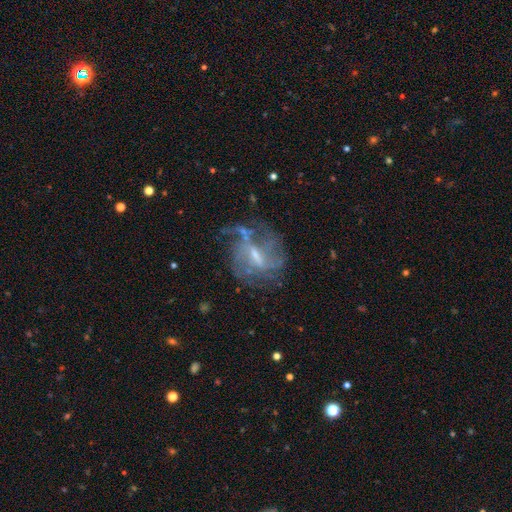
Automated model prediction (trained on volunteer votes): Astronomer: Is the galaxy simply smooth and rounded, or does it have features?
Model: featured or disk — 78%.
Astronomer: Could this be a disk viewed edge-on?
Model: no — 96%.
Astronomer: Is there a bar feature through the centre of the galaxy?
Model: weak — 54%.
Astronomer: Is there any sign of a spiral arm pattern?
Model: yes — 82%.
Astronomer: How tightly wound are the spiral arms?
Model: medium — 41% (runner-up: loose, 33%).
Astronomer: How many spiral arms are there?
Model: can't tell — 39% (runner-up: 2, 23%).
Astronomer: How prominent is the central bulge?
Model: small — 49% (runner-up: moderate, 34%).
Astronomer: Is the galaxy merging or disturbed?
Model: none — 52%.